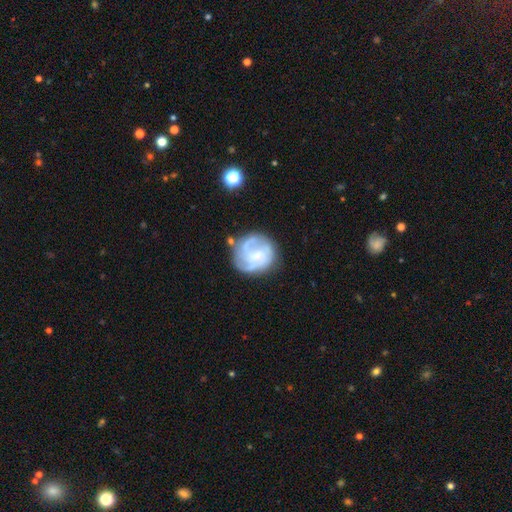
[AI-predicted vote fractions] smooth-or-featured: featured or disk: 72% | smooth: 21% | star or artifact: 6%
  disk-edge-on: no: 98% | yes: 2%
    bar: no: 50% | weak: 40% | strong: 9%
    has-spiral-arms: yes: 86% | no: 14%
      spiral-winding: medium: 42% | tight: 41% | loose: 18%
      spiral-arm-count: 2: 31% | 3: 28% | can't tell: 26% | 4: 6% | 1: 5% | more than 4: 4%
    bulge-size: small: 47% | none: 26% | moderate: 23% | large: 3% | dominant: 1%
  merging: none: 65% | minor disturbance: 19% | major disturbance: 11% | merger: 4%